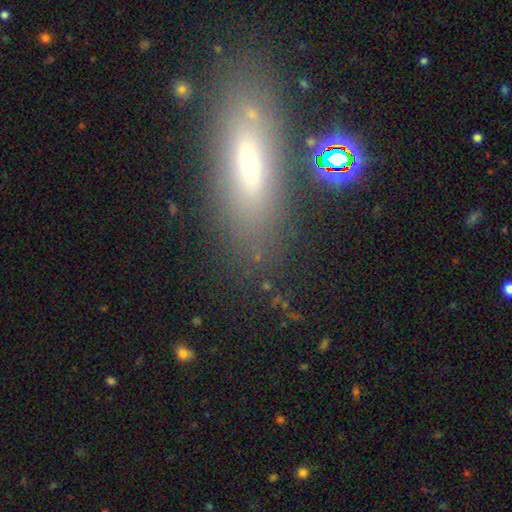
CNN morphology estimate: smooth 52%, featured or disk 32%, star or artifact 16%. Down the decision tree: how rounded — cigar-shaped (51%); merging — none (77%).